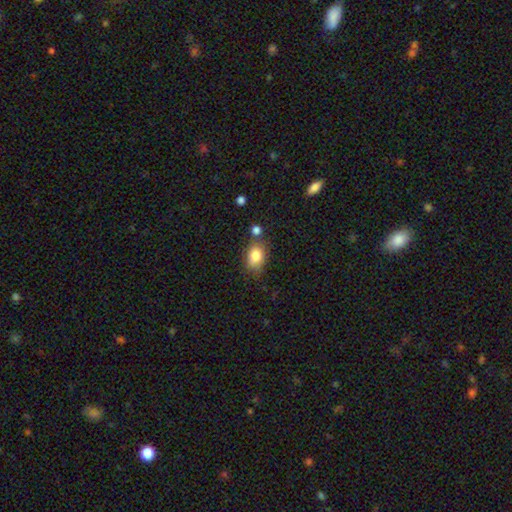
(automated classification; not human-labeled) smooth_or_featured: smooth (p=0.82) [alt: featured or disk p=0.09]
how_rounded: in between (p=0.72) [alt: round p=0.26]
merging: none (p=0.63) [alt: minor disturbance p=0.19]